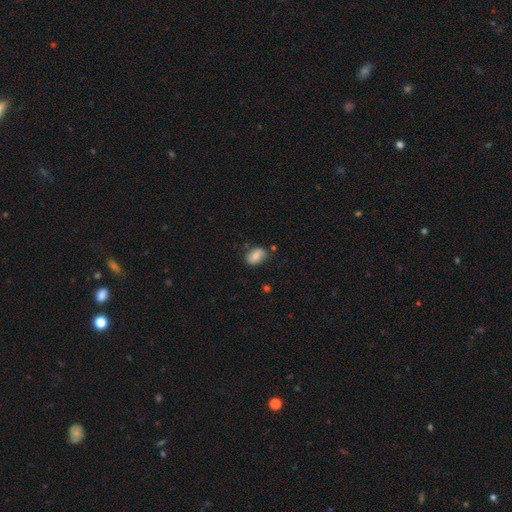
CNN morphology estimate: This is likely a smooth galaxy (75%). How rounded: clearly in between (84%). Merging: likely none (72%).